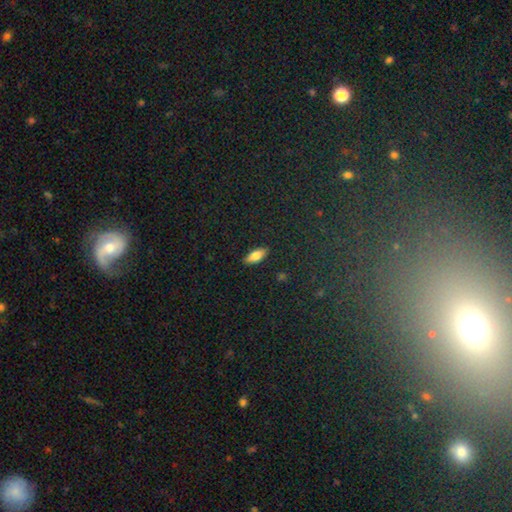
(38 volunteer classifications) smooth 79%, featured or disk 13%, star or artifact 8%. Down the decision tree: how rounded — in between (83%); merging — none (80%).